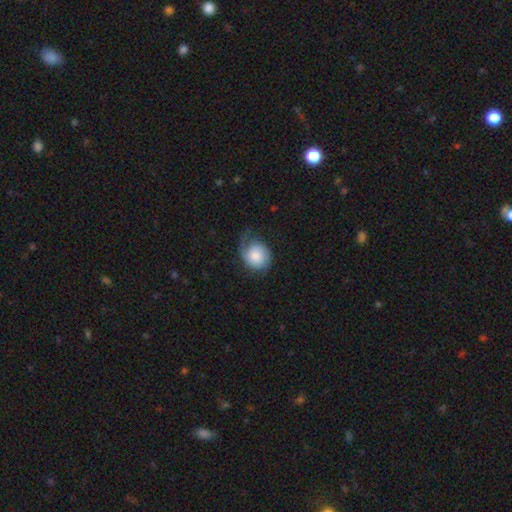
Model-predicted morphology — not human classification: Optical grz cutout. It shows a smooth galaxy with no disk features (68%) that is round (66%). Merging: none (38%).